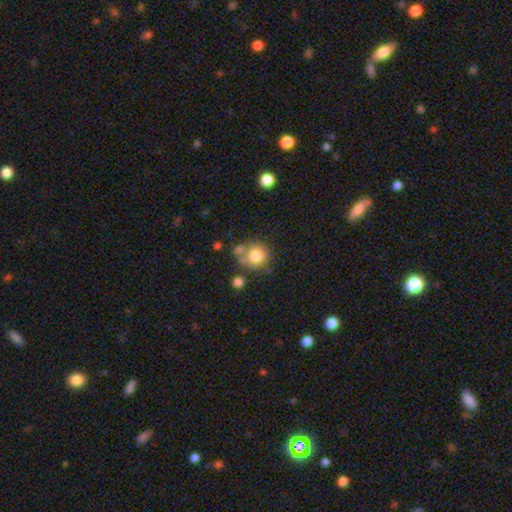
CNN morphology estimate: Smooth or featured? Predicted: smooth (p=0.79). How rounded? Predicted: round (p=0.91). Merging? Predicted: none (p=0.63).